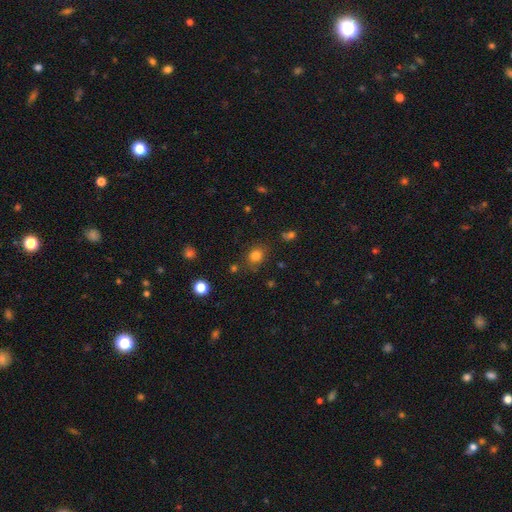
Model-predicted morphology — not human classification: A smooth galaxy with no disk features (80%) that is round (62%).

Vote fractions:
- Smooth or featured? smooth: 80% / star or artifact: 14% / featured or disk: 6%
- How rounded? round: 62% / in between: 37% / cigar-shaped: 1%
- Merging? none: 78% / minor disturbance: 14% / major disturbance: 4% / merger: 4%